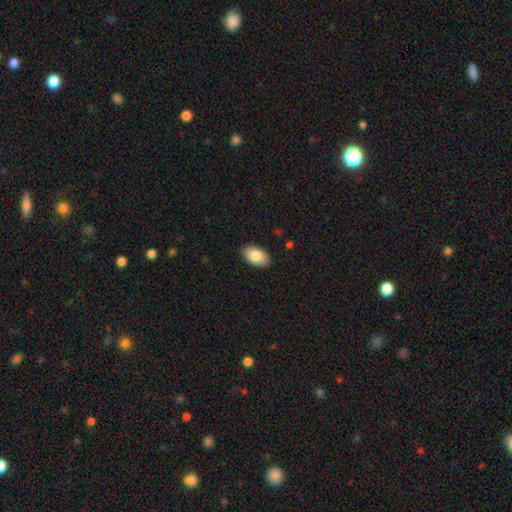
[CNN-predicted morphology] smooth-or-featured: smooth: 85% | featured or disk: 8% | star or artifact: 6%
  how-rounded: in between: 94% | round: 5% | cigar-shaped: 1%
  merging: none: 89% | minor disturbance: 8% | major disturbance: 2% | merger: 1%